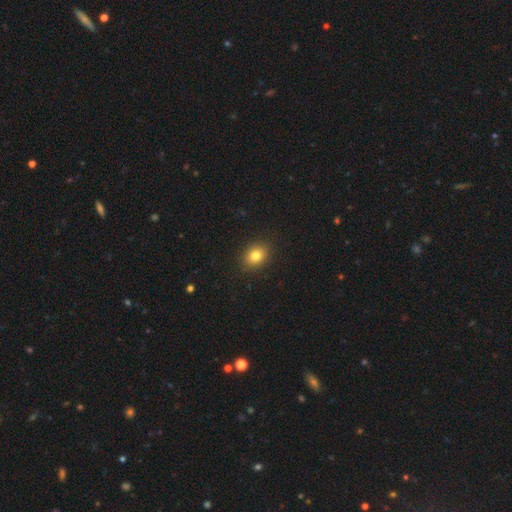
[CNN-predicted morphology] smooth-or-featured: smooth: 81% | star or artifact: 11% | featured or disk: 8%
  how-rounded: in between: 61% | round: 38% | cigar-shaped: 1%
  merging: none: 89% | minor disturbance: 8% | major disturbance: 2% | merger: 1%